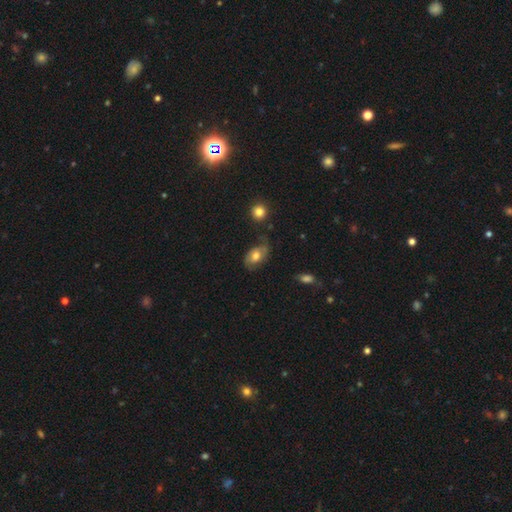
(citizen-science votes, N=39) This appears to be a smooth galaxy with no disk features (72%) that is in between round and cigar-shaped (86%). Merging: minor disturbance (46%).